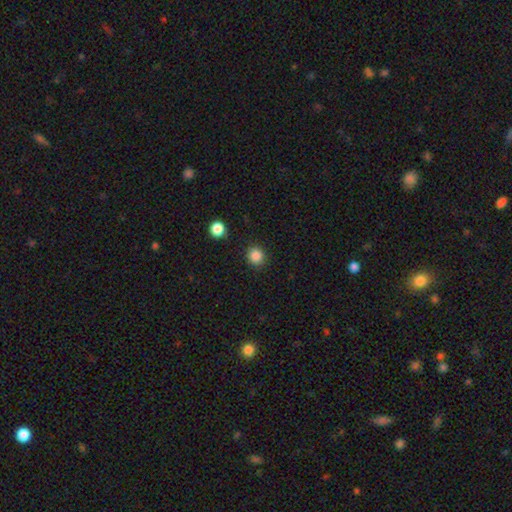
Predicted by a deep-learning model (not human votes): smooth_or_featured: smooth (p=0.86) [alt: star or artifact p=0.11]
how_rounded: round (p=0.89) [alt: in between p=0.10]
merging: none (p=0.89) [alt: minor disturbance p=0.07]